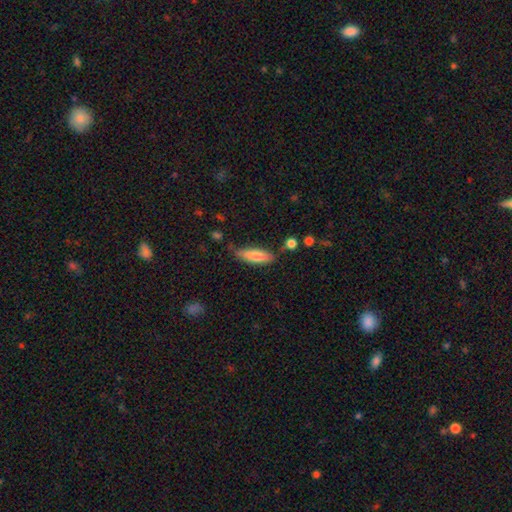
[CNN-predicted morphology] The model was most divided on "how rounded": in between: 50%, cigar-shaped: 49%, round: 2%. More confident: smooth or featured — smooth (79%); merging — none (69%).